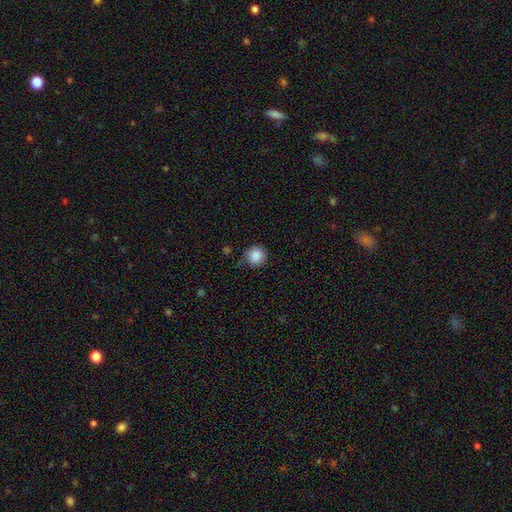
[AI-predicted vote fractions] This is clearly a smooth galaxy (88%). How rounded: clearly round (94%). Merging: likely none (80%).